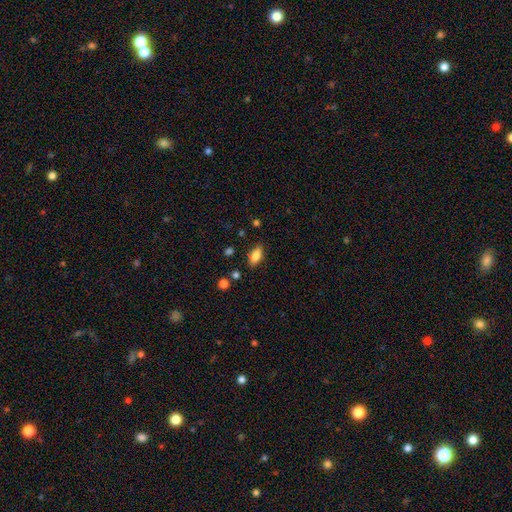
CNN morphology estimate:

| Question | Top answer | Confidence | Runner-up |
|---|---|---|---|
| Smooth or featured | smooth | 79% | featured or disk (13%) |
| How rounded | in between | 84% | cigar-shaped (12%) |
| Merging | none | 83% | minor disturbance (12%) |